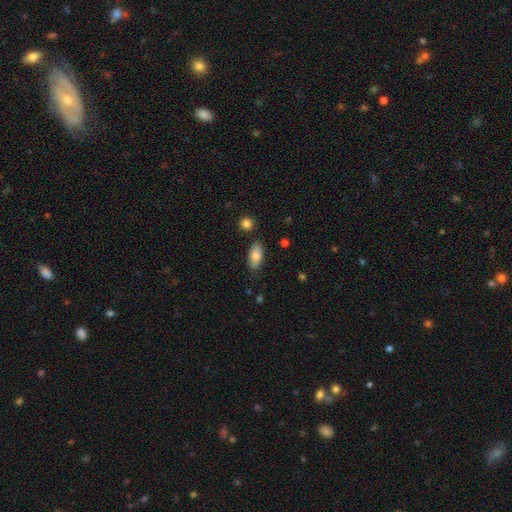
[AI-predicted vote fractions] Smooth or featured? smooth (81%)
How rounded? in between (88%)
Merging? none (82%)